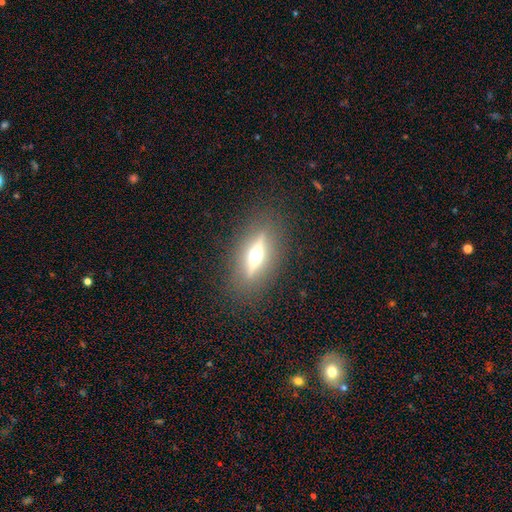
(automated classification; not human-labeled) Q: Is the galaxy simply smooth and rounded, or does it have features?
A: featured or disk — 72%.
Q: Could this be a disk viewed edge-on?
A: yes — 91%.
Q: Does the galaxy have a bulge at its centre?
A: rounded — 95%.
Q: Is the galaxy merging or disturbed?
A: none — 87%.